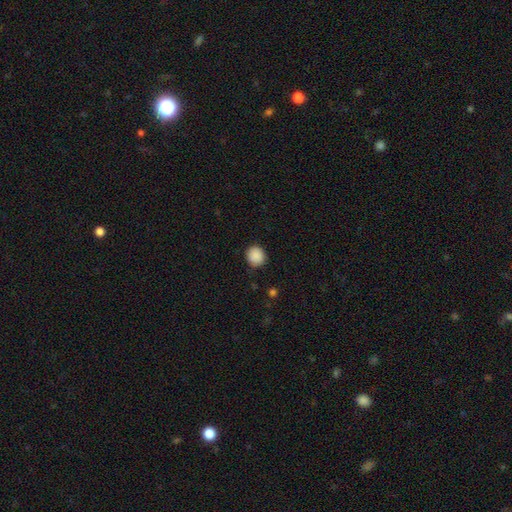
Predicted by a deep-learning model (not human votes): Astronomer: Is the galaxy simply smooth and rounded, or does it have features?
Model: smooth — 89%.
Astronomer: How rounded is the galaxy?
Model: round — 88%.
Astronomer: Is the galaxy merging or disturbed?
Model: none — 85%.